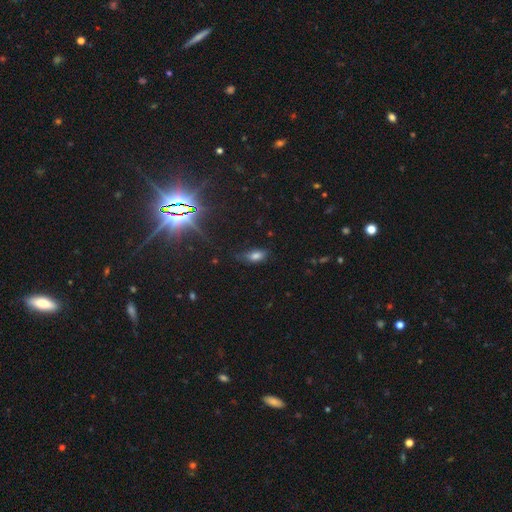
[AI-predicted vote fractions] A smooth galaxy with no disk features (73%) that is in between round and cigar-shaped (84%). Merging: none (58%).